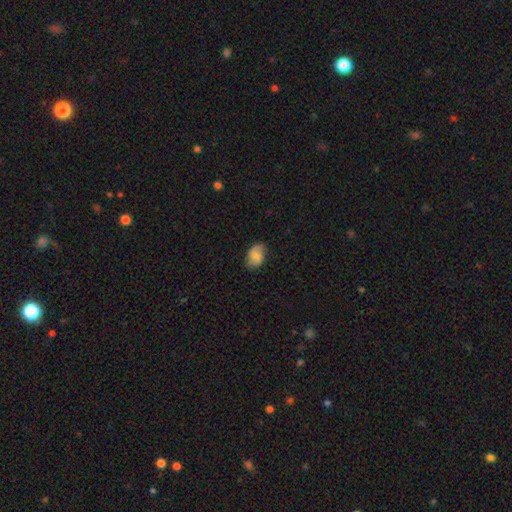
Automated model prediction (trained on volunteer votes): Smooth or featured? smooth (63%)
How rounded? in between (83%)
Merging? none (75%)